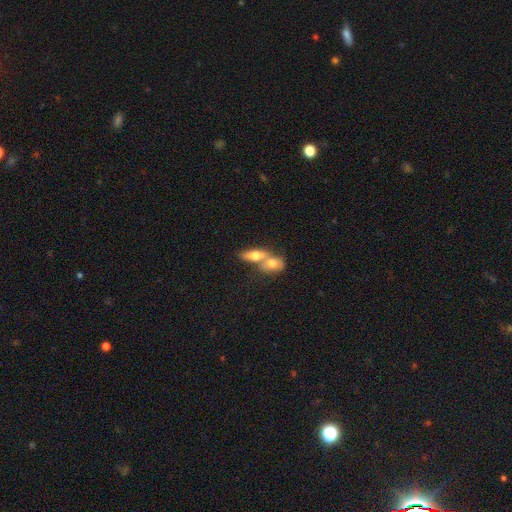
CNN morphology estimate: smooth 64%, featured or disk 28%, star or artifact 8%. Down the decision tree: how rounded — in between (71%); merging — merger (67%).